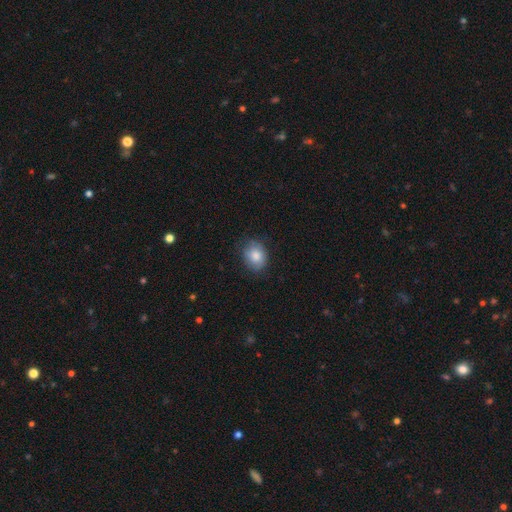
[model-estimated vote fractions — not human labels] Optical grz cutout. It shows a smooth galaxy with no disk features (82%) that is round (50%). Merging: none (73%).